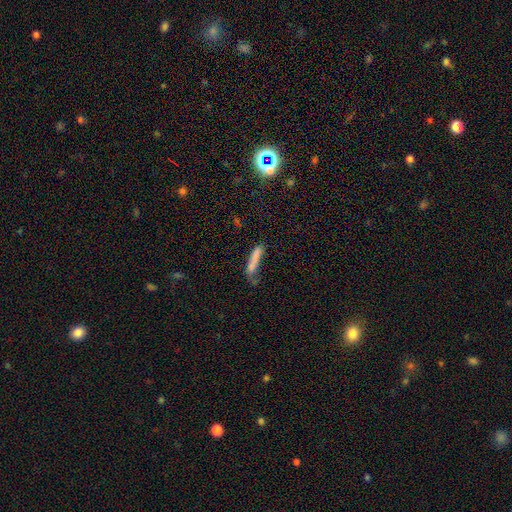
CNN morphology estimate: Overall: smooth (72%). How rounded: cigar-shaped (88%). Merging: none (49%; minor disturbance 25%).